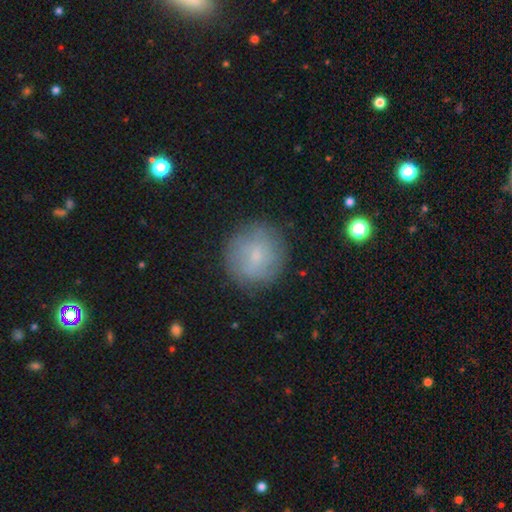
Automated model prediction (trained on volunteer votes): Morphology: type=smooth (69%); roundness=round (93%); merging=none (85%).